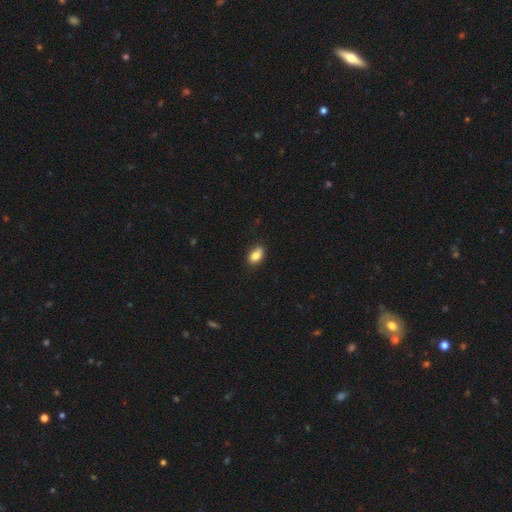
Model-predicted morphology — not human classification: A smooth galaxy with no disk features (83%) that is in between round and cigar-shaped (85%). Merging: none (78%).